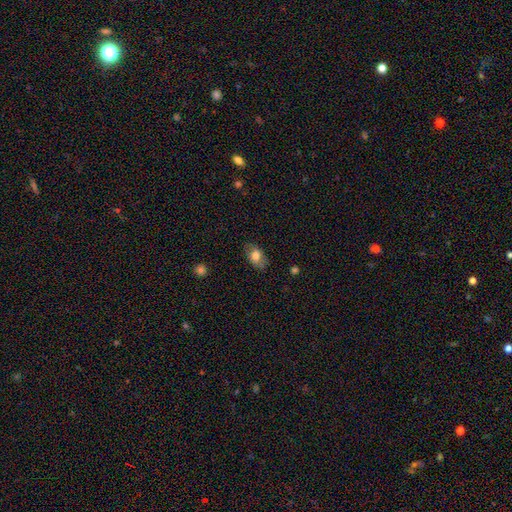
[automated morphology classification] Smooth or featured: smooth — 71% (featured or disk — 21%)
How rounded: in between — 88% (round — 10%)
Merging: none — 80% (minor disturbance — 15%)